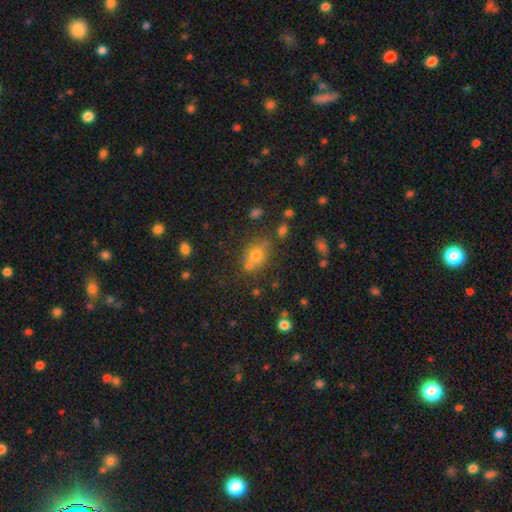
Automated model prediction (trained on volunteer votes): A smooth galaxy with no disk features (66%) that is in between round and cigar-shaped (53%). Merging: none (59%).